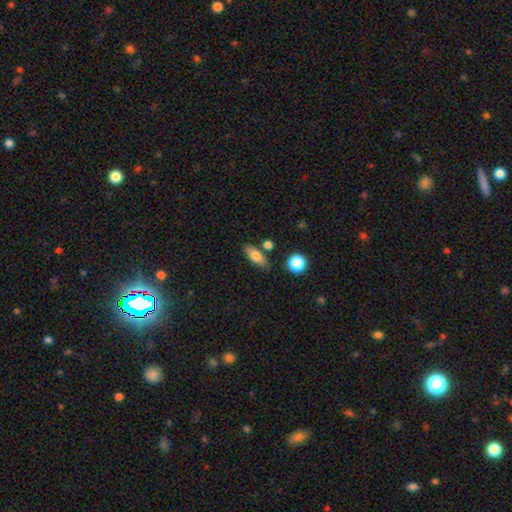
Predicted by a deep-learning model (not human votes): This is likely a smooth galaxy (77%). How rounded: likely in between (70%). Merging: likely none (75%).